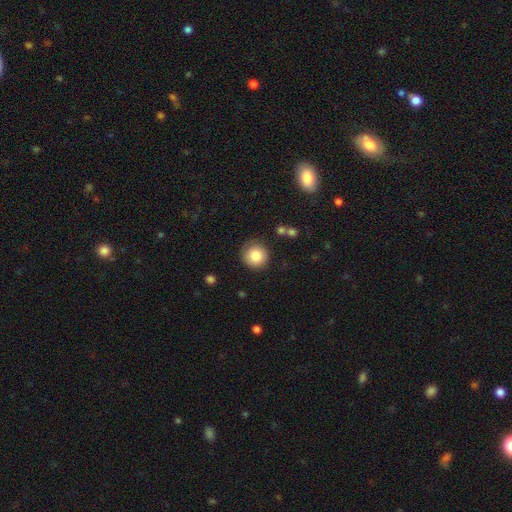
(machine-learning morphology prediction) smooth_or_featured: smooth (p=0.84) [alt: star or artifact p=0.09]
how_rounded: round (p=0.94) [alt: in between p=0.05]
merging: none (p=0.84) [alt: minor disturbance p=0.11]